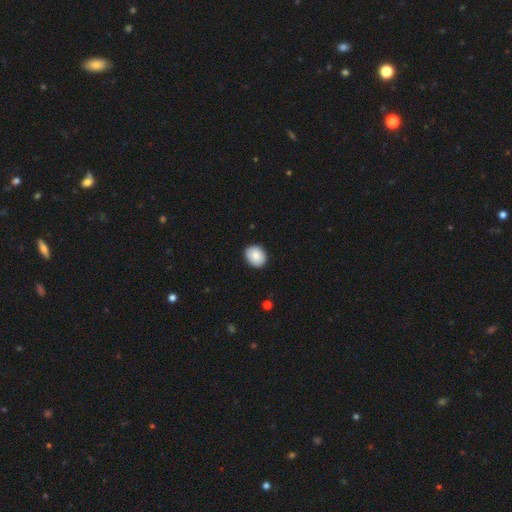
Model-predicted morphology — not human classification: smooth 86%, featured or disk 7%, star or artifact 7%. Down the decision tree: how rounded — round (61%); merging — none (90%).